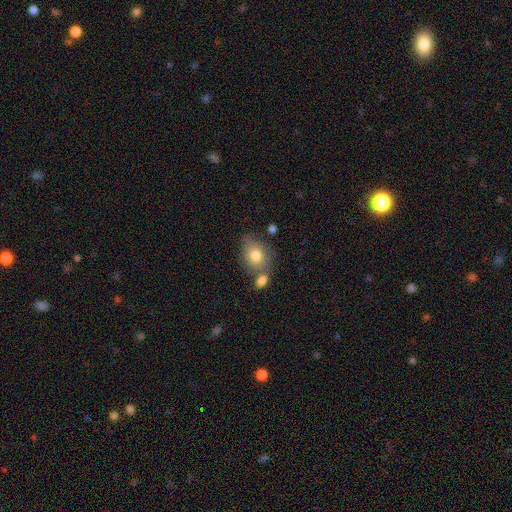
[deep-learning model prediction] Smooth or featured: smooth — 77% (featured or disk — 15%)
How rounded: in between — 55% (round — 44%)
Merging: none — 53% (merger — 23%)